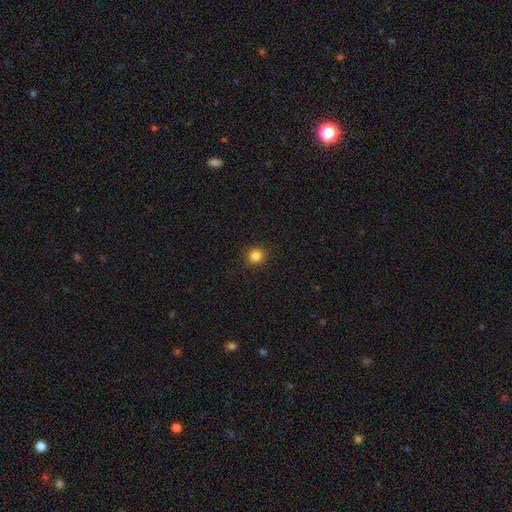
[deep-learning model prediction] Q: Smooth or featured?
A: smooth (84%); runner-up: star or artifact (12%)
Q: How rounded?
A: round (93%); runner-up: in between (6%)
Q: Merging?
A: none (92%); runner-up: minor disturbance (5%)